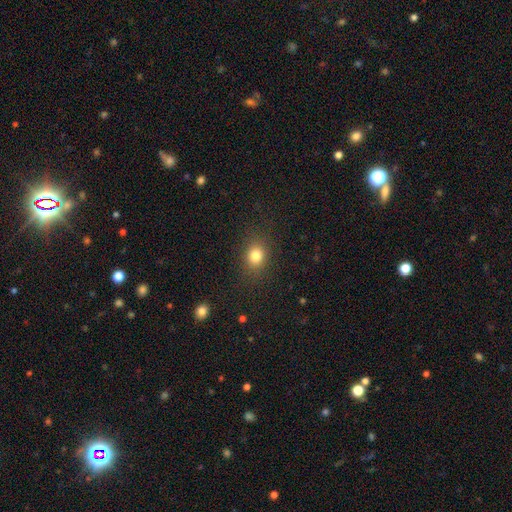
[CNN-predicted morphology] A smooth galaxy with no disk features (81%) that is round (58%). Merging: none (85%).